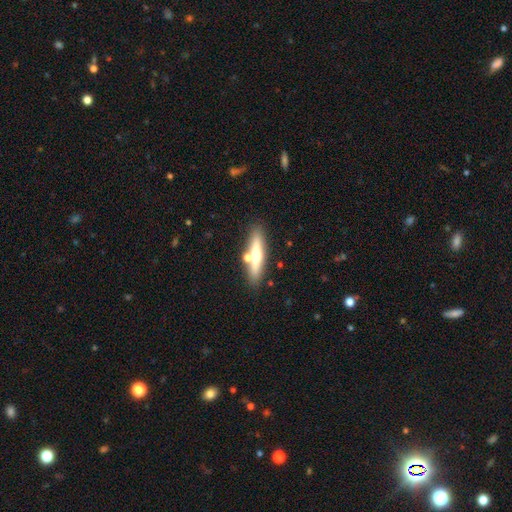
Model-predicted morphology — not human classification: Smooth or featured? Predicted: featured or disk (p=0.52). Edge-on disk? Predicted: yes (p=0.89). Merging? Predicted: none (p=0.76).